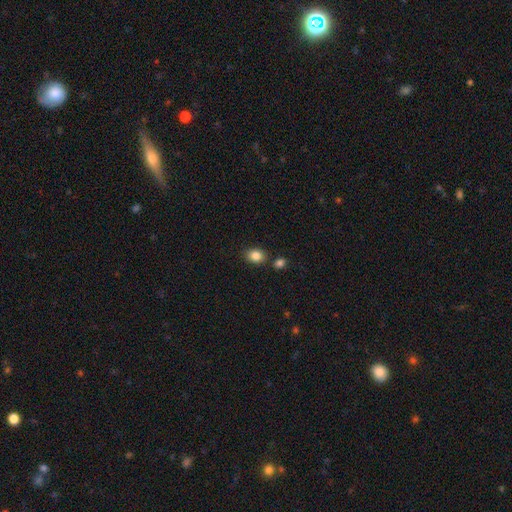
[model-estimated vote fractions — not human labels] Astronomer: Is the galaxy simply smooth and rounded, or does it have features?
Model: smooth — 85%.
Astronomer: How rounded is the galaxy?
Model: in between — 64%.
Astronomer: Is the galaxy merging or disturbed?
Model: none — 79%.